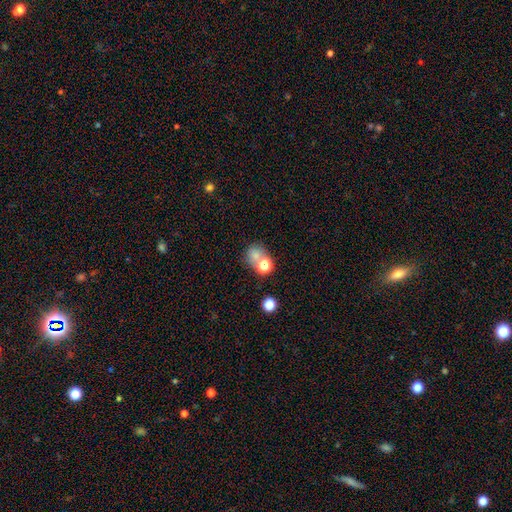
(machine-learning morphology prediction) Smooth or featured? Predicted: smooth (p=0.71). How rounded? Predicted: round (p=0.75). Merging? Predicted: none (p=0.46).